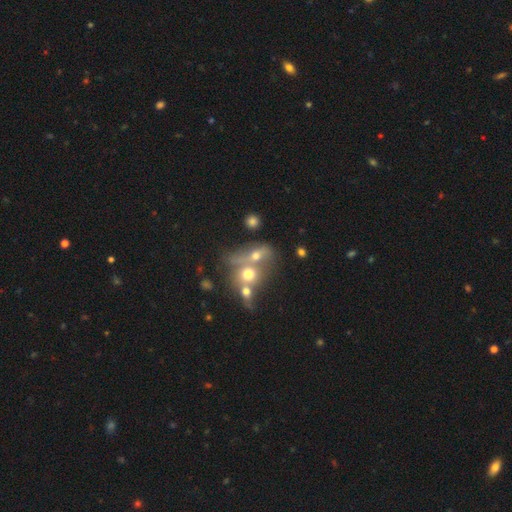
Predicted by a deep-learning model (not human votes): Smooth or featured: smooth — 58% (featured or disk — 26%)
How rounded: round — 52% (in between — 44%)
Merging: merger — 62% (none — 22%)